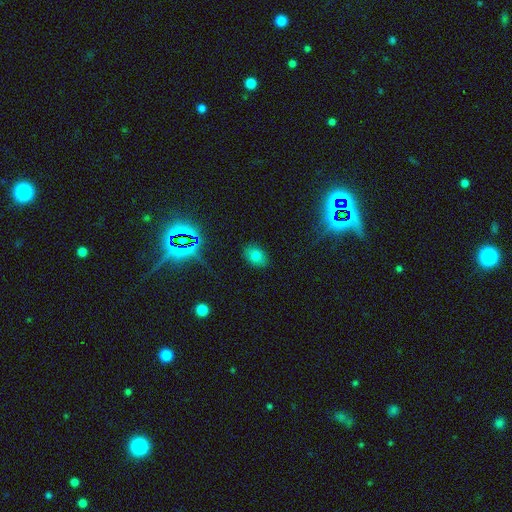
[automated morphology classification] Smooth or featured?
  - smooth: 71% *
  - star or artifact: 19%
  - featured or disk: 10%
How rounded?
  - in between: 71% *
  - round: 28%
  - cigar-shaped: 1%
Merging?
  - none: 84% *
  - minor disturbance: 11%
  - major disturbance: 3%
  - merger: 1%